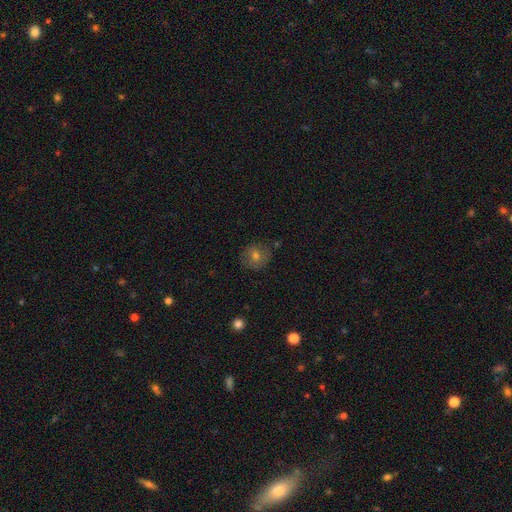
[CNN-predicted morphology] Q: Smooth or featured?
A: smooth (59%); runner-up: featured or disk (25%)
Q: How rounded?
A: round (85%); runner-up: in between (14%)
Q: Merging?
A: none (79%); runner-up: minor disturbance (14%)